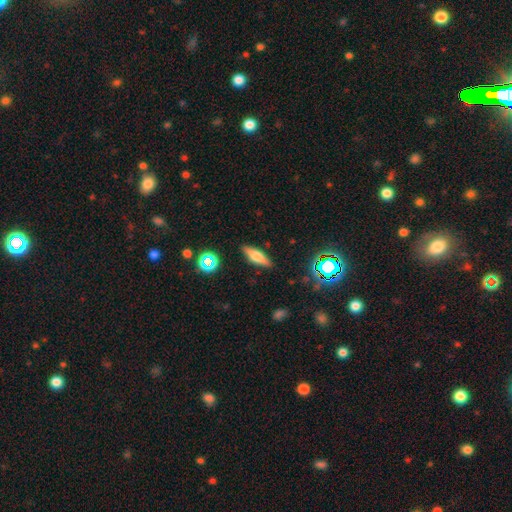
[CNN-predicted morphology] Smooth or featured?
  - smooth: 52% *
  - featured or disk: 37%
  - star or artifact: 11%
How rounded?
  - cigar-shaped: 55% *
  - in between: 42%
  - round: 3%
Merging?
  - none: 86% *
  - minor disturbance: 10%
  - major disturbance: 2%
  - merger: 2%